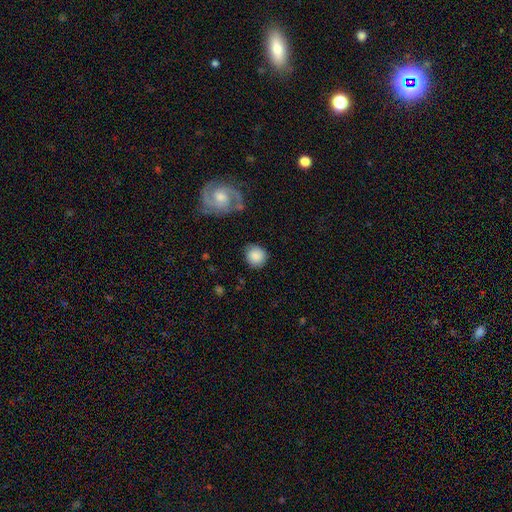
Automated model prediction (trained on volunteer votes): A smooth galaxy with no disk features (83%) that is round (87%).

Vote fractions:
- Smooth or featured? smooth: 83% / featured or disk: 9% / star or artifact: 7%
- How rounded? round: 87% / in between: 12% / cigar-shaped: 1%
- Merging? none: 81% / minor disturbance: 12% / major disturbance: 4% / merger: 3%